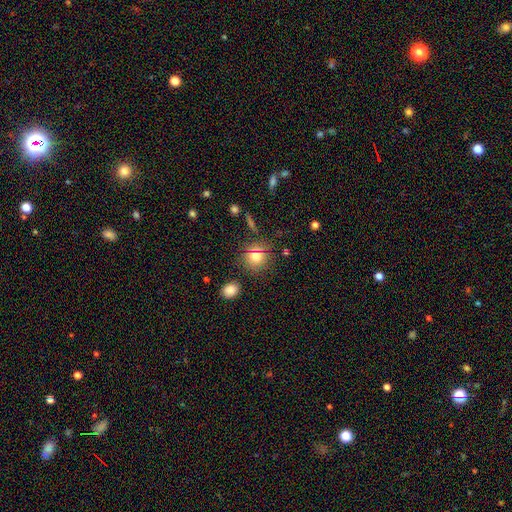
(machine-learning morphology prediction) This is likely a smooth galaxy (73%). How rounded: clearly round (87%). Merging: clearly none (83%).